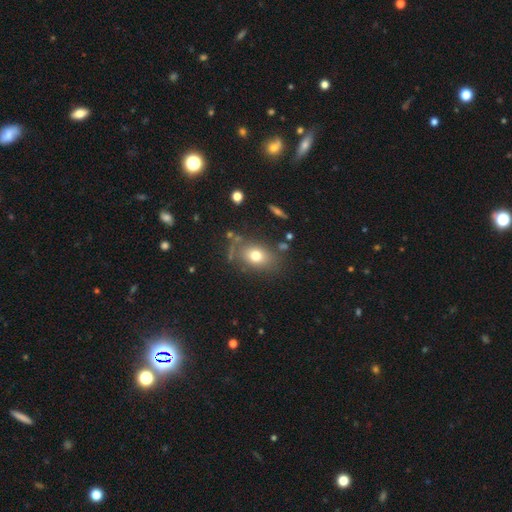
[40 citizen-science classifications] smooth 75%, featured or disk 12%, star or artifact 12%. Down the decision tree: how rounded — in between (63%); merging — none (71%).